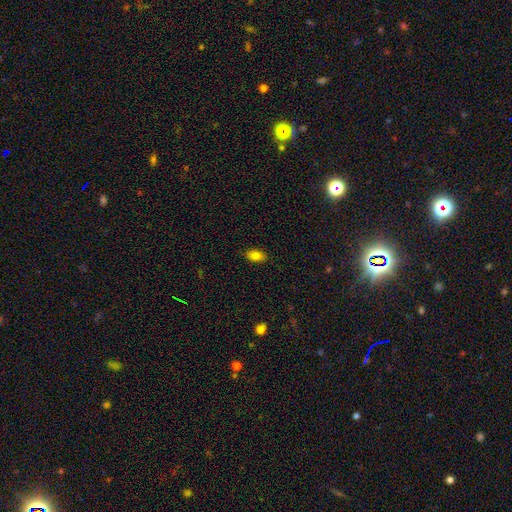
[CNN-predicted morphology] Smooth or featured? smooth (83%)
How rounded? in between (91%)
Merging? none (88%)